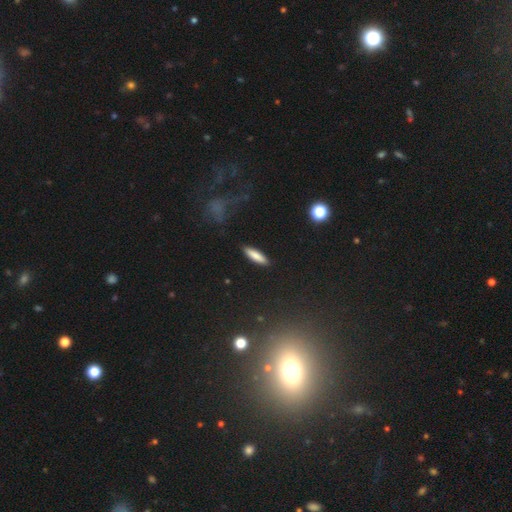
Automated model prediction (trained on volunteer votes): A smooth galaxy with no disk features (83%) that is cigar-shaped (71%).

Vote fractions:
- Smooth or featured? smooth: 83% / featured or disk: 10% / star or artifact: 7%
- How rounded? cigar-shaped: 71% / in between: 27% / round: 2%
- Merging? none: 89% / minor disturbance: 8% / major disturbance: 2% / merger: 1%